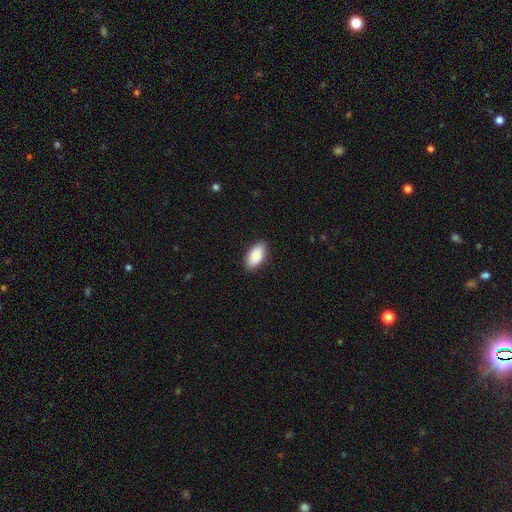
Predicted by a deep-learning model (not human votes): The model was most divided on "merging": none: 89%, minor disturbance: 8%, major disturbance: 2%, merger: 1%. More confident: how rounded — in between (95%); smooth or featured — smooth (88%).